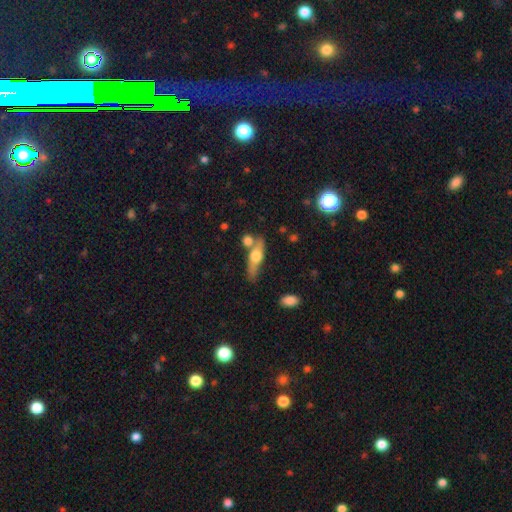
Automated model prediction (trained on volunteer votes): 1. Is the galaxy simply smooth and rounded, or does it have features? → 49% featured or disk, 44% smooth, 7% star or artifact.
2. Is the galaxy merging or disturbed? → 62% none, 17% merger, 16% minor disturbance, 5% major disturbance.